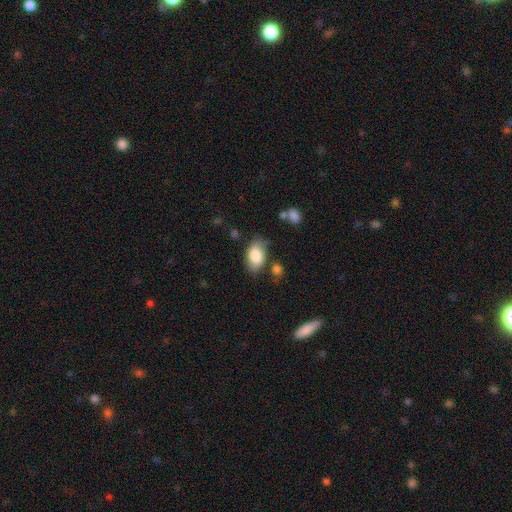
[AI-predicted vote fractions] A smooth galaxy with no disk features (78%) that is in between round and cigar-shaped (92%). Merging: none (70%).